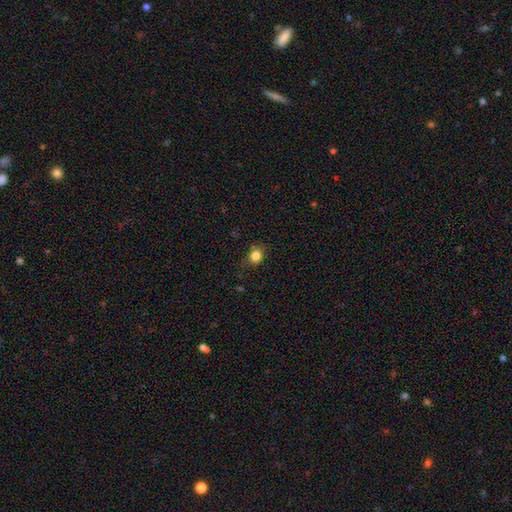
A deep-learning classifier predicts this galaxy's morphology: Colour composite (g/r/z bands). It shows a smooth galaxy with no disk features (82%) that is round (74%). Merging: none (70%).